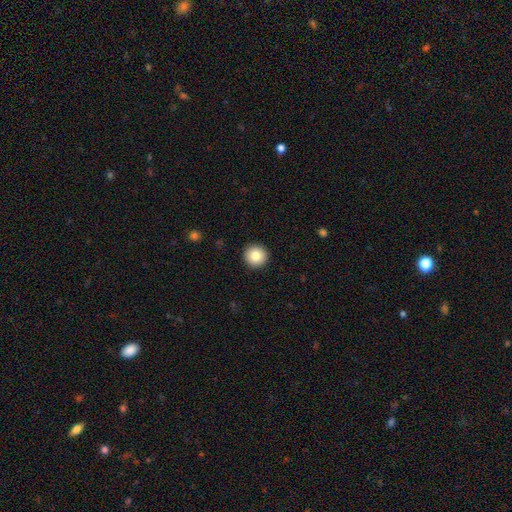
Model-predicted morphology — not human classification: Smooth or featured: smooth — 83% (star or artifact — 9%)
How rounded: round — 96% (in between — 3%)
Merging: none — 93% (minor disturbance — 5%)